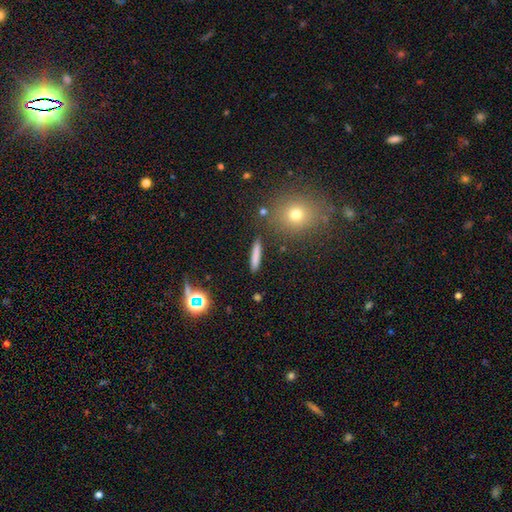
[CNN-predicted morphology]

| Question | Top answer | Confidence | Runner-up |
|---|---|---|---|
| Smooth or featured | smooth | 78% | featured or disk (12%) |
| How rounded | cigar-shaped | 90% | in between (8%) |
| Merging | none | 87% | minor disturbance (8%) |